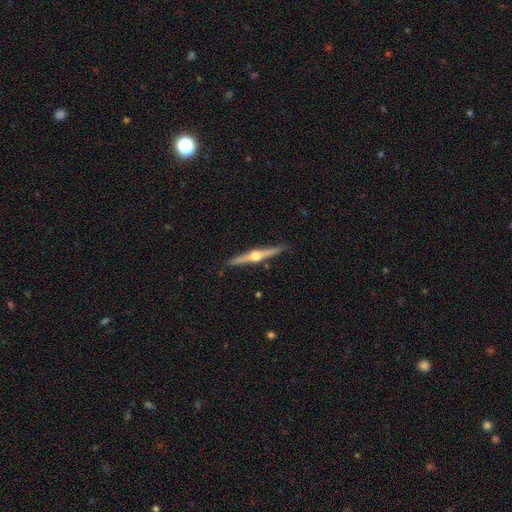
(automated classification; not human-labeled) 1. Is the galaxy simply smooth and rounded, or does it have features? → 78% featured or disk, 17% smooth, 5% star or artifact.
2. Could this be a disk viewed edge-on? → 98% yes, 2% no.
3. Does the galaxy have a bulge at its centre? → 96% rounded, 2% none, 2% boxy.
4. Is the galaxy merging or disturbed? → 90% none, 8% minor disturbance, 1% merger, 1% major disturbance.